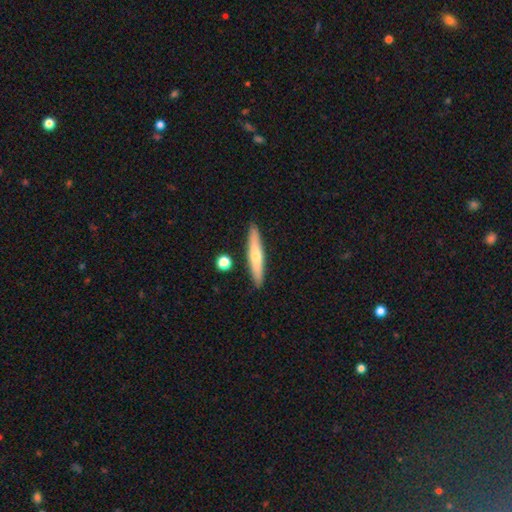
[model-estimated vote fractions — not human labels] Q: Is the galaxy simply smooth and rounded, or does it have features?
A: smooth — 53%.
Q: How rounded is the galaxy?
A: cigar-shaped — 90%.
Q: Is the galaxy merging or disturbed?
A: none — 88%.